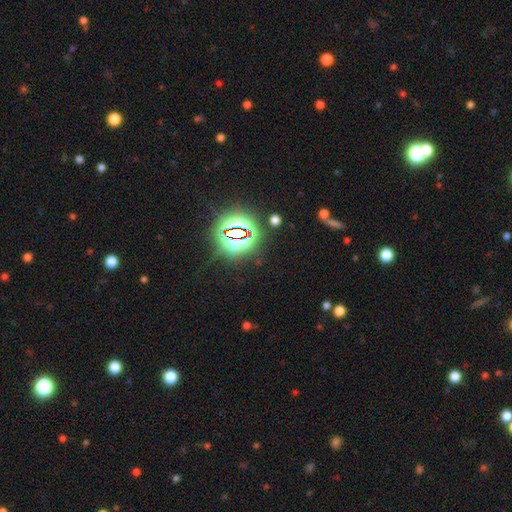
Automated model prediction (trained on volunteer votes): This is clearly a star or artifact rather than a galaxy (82%).